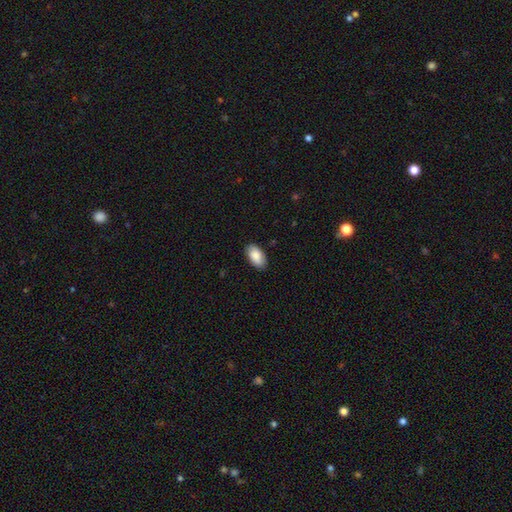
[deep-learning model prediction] A smooth galaxy with no disk features (86%) that is in between round and cigar-shaped (95%).

Vote fractions:
- Smooth or featured? smooth: 86% / featured or disk: 8% / star or artifact: 6%
- How rounded? in between: 95% / round: 4% / cigar-shaped: 2%
- Merging? none: 86% / minor disturbance: 11% / major disturbance: 2% / merger: 1%